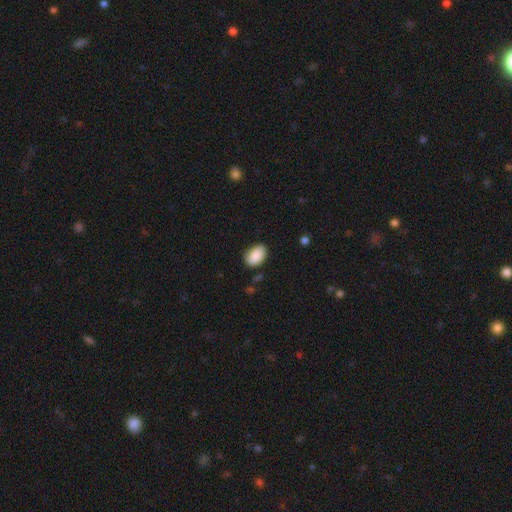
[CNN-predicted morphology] A smooth galaxy with no disk features (88%) that is in between round and cigar-shaped (88%).

Vote fractions:
- Smooth or featured? smooth: 88% / star or artifact: 7% / featured or disk: 5%
- How rounded? in between: 88% / round: 11% / cigar-shaped: 1%
- Merging? none: 77% / minor disturbance: 18% / major disturbance: 3% / merger: 2%